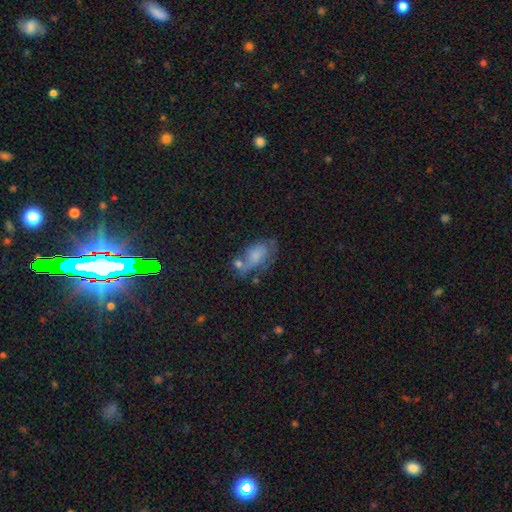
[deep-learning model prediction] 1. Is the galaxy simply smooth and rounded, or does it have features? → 60% smooth, 28% featured or disk, 12% star or artifact.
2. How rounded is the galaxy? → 88% in between, 7% round, 5% cigar-shaped.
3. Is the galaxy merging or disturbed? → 36% none, 26% minor disturbance, 20% major disturbance, 18% merger.